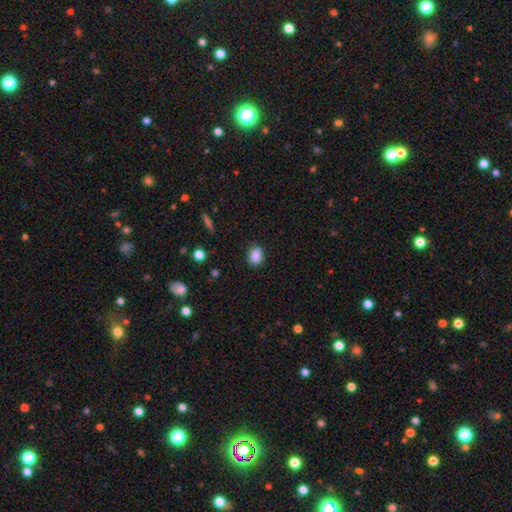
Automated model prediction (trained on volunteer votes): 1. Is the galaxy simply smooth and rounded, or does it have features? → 87% smooth, 9% star or artifact, 4% featured or disk.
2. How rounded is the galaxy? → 59% in between, 40% round, 1% cigar-shaped.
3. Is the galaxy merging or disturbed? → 84% none, 13% minor disturbance, 3% major disturbance, 1% merger.